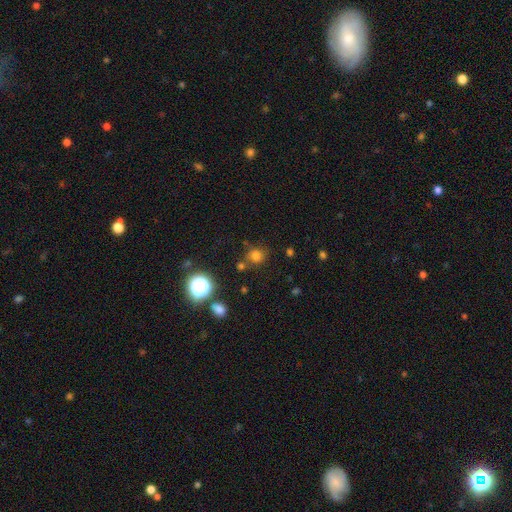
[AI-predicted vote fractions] Morphology: type=smooth (72%); roundness=round (85%); merging=none (74%).